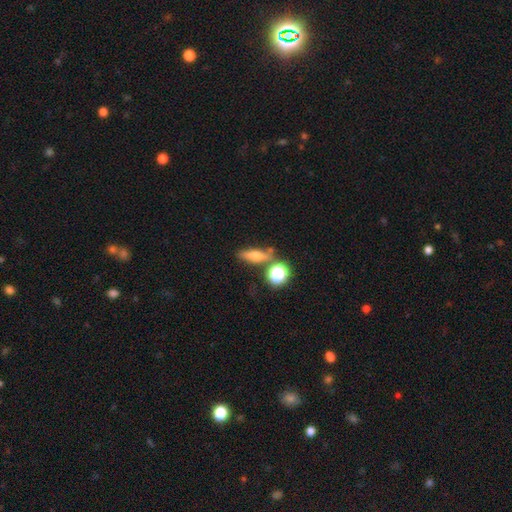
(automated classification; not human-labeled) Smooth or featured? smooth (53%)
How rounded? cigar-shaped (45%)
Merging? none (71%)